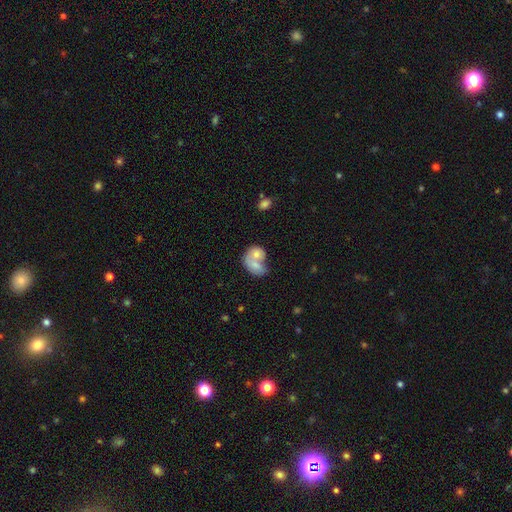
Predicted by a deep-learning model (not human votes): This appears to be a smooth galaxy with no disk features (67%) that is in between round and cigar-shaped (59%). Merging: merger (67%).